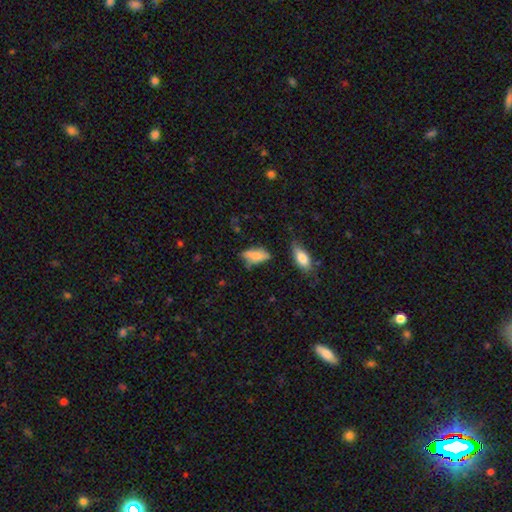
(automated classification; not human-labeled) Smooth or featured? Predicted: smooth (p=0.74). How rounded? Predicted: in between (p=0.80). Merging? Predicted: none (p=0.51).